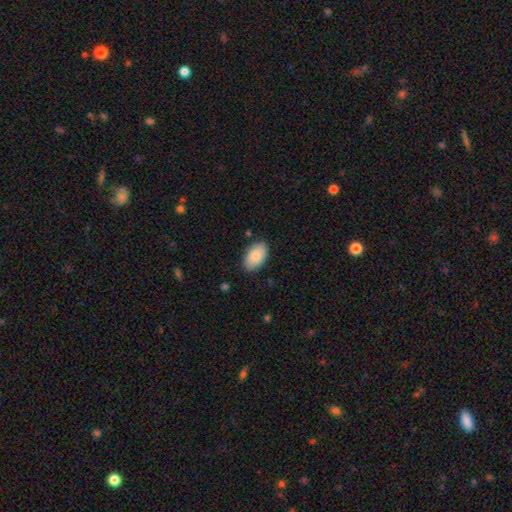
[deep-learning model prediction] Smooth or featured? smooth (88%)
How rounded? in between (95%)
Merging? none (86%)